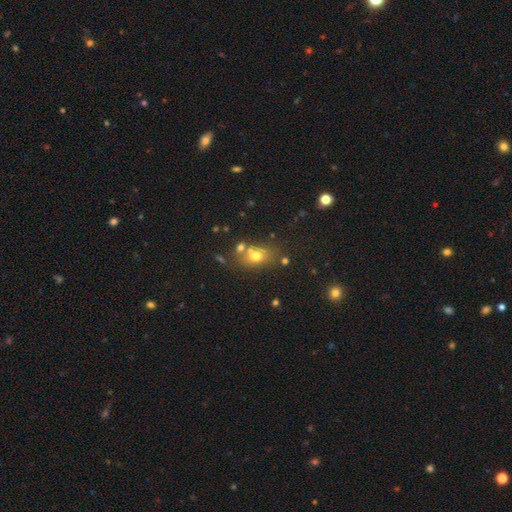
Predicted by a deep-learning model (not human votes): A smooth galaxy with no disk features (67%) that is in between round and cigar-shaped (60%).

Vote fractions:
- Smooth or featured? smooth: 67% / featured or disk: 17% / star or artifact: 16%
- How rounded? in between: 60% / round: 38% / cigar-shaped: 2%
- Merging? none: 59% / merger: 22% / minor disturbance: 14% / major disturbance: 5%